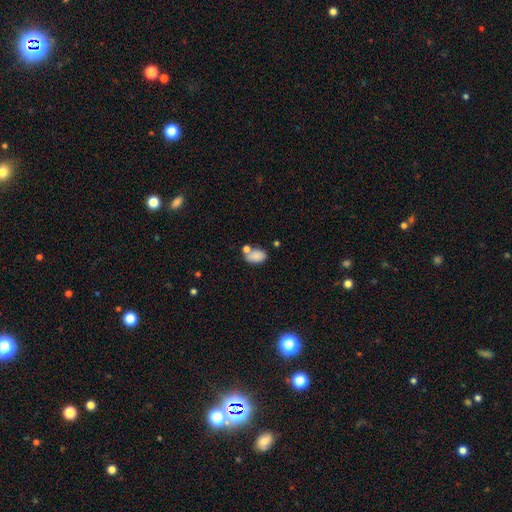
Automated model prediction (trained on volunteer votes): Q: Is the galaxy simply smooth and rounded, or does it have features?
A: smooth — 83%.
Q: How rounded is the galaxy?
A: in between — 90%.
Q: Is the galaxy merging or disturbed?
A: none — 51%.